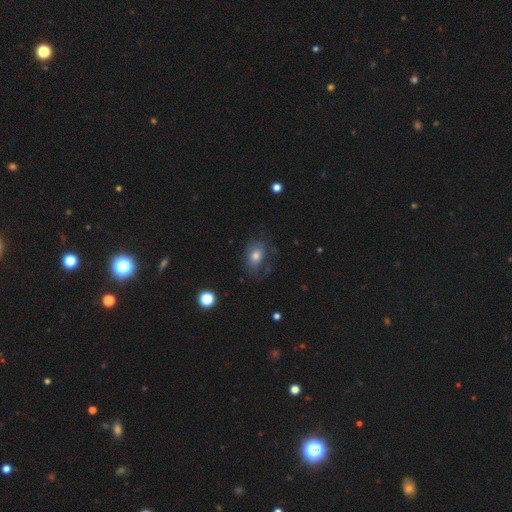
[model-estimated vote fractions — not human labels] A smooth galaxy with no disk features (61%) that is in between round and cigar-shaped (72%).

Vote fractions:
- Smooth or featured? smooth: 61% / featured or disk: 27% / star or artifact: 12%
- How rounded? in between: 72% / round: 27% / cigar-shaped: 1%
- Merging? none: 57% / minor disturbance: 24% / major disturbance: 18% / merger: 2%